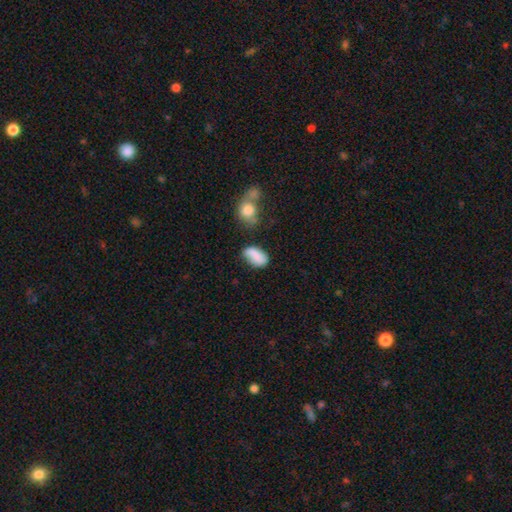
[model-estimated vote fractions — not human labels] Smooth or featured?
  - smooth: 76% *
  - featured or disk: 15%
  - star or artifact: 9%
How rounded?
  - in between: 90% *
  - round: 8%
  - cigar-shaped: 2%
Merging?
  - none: 51% *
  - minor disturbance: 28%
  - merger: 11%
  - major disturbance: 10%